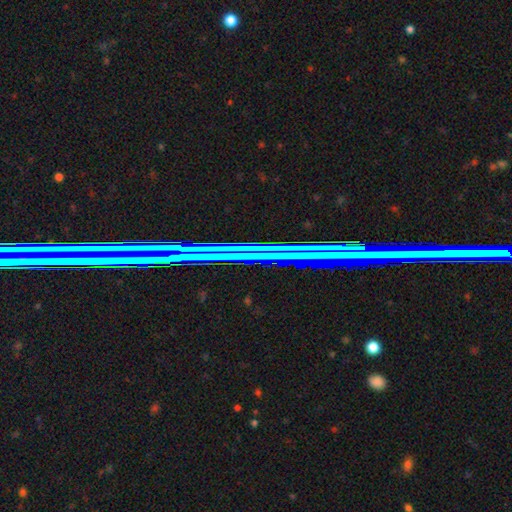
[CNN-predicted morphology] A star or artifact, not a galaxy (69%).